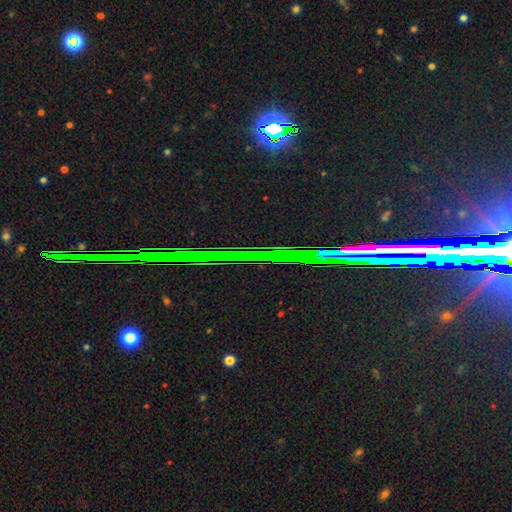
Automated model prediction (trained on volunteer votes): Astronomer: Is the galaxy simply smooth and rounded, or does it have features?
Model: star or artifact — 83%.